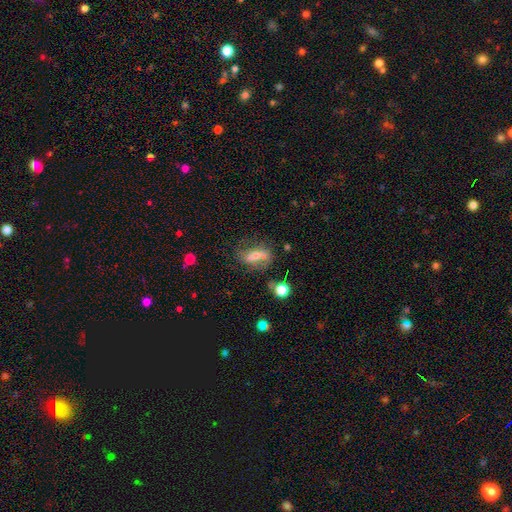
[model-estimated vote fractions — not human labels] Smooth or featured?
  - featured or disk: 54% *
  - smooth: 34%
  - star or artifact: 11%
Edge-on disk?
  - no: 85% *
  - yes: 15%
Merging?
  - none: 58% *
  - minor disturbance: 21%
  - major disturbance: 13%
  - merger: 9%